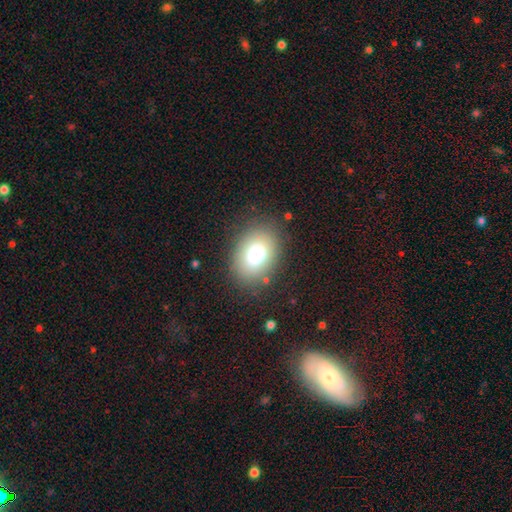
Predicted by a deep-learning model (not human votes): Morphology: type=smooth (78%); roundness=in between (73%); merging=none (83%).